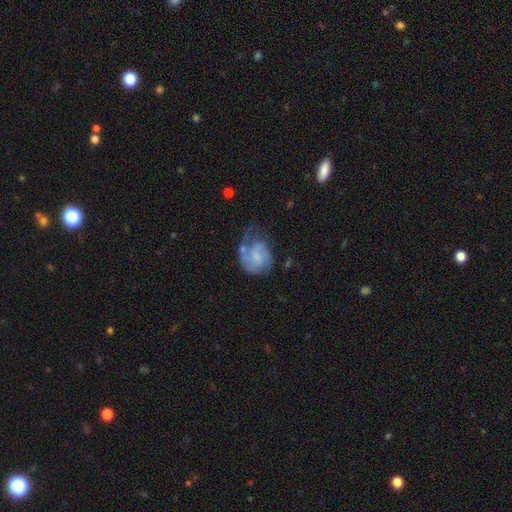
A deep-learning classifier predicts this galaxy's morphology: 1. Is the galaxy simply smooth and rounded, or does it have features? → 61% featured or disk, 32% smooth, 7% star or artifact.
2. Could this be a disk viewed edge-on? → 98% no, 2% yes.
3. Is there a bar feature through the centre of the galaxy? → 57% no, 37% weak, 6% strong.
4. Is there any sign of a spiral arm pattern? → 85% yes, 15% no.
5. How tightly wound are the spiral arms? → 40% medium, 35% tight, 25% loose.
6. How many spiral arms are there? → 45% 1, 32% 2, 16% can't tell, 4% 3, 1% 4, 1% more than 4.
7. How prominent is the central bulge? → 38% none, 35% small, 21% moderate, 5% large, 2% dominant.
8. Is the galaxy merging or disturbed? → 35% none, 34% major disturbance, 26% minor disturbance, 5% merger.